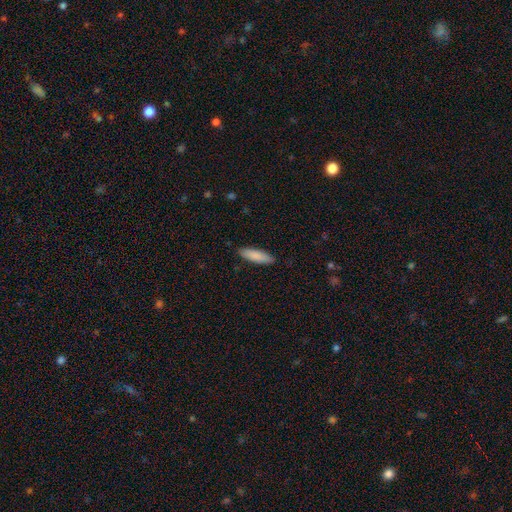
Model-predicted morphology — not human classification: Q: Smooth or featured?
A: smooth (86%); runner-up: featured or disk (8%)
Q: How rounded?
A: cigar-shaped (58%); runner-up: in between (40%)
Q: Merging?
A: none (89%); runner-up: minor disturbance (9%)